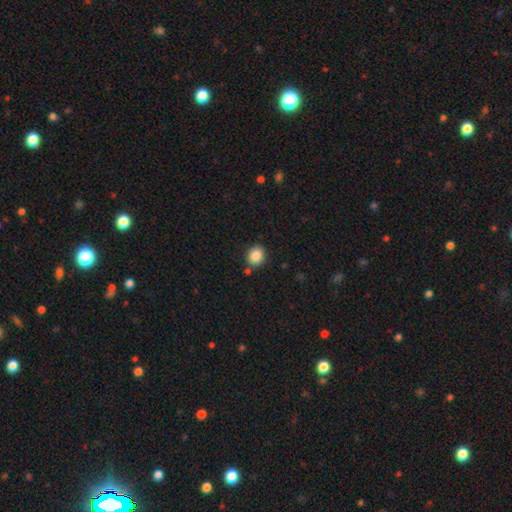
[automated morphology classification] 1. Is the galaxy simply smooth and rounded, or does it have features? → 87% smooth, 9% star or artifact, 4% featured or disk.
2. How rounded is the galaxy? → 67% round, 32% in between, 1% cigar-shaped.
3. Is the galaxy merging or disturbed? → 85% none, 9% minor disturbance, 4% merger, 2% major disturbance.